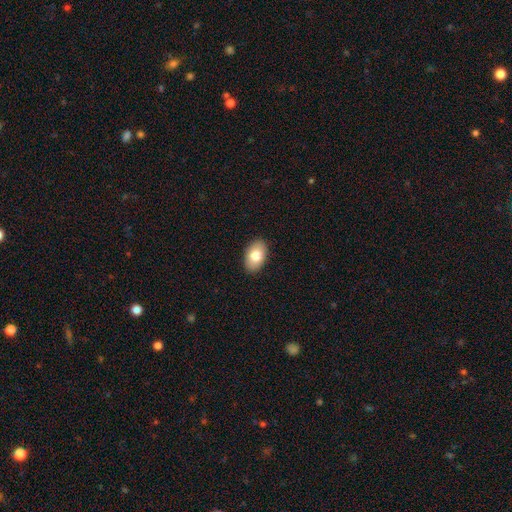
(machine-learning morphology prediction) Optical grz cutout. It shows a smooth galaxy with no disk features (79%) that is in between round and cigar-shaped (91%). Merging: none (90%).